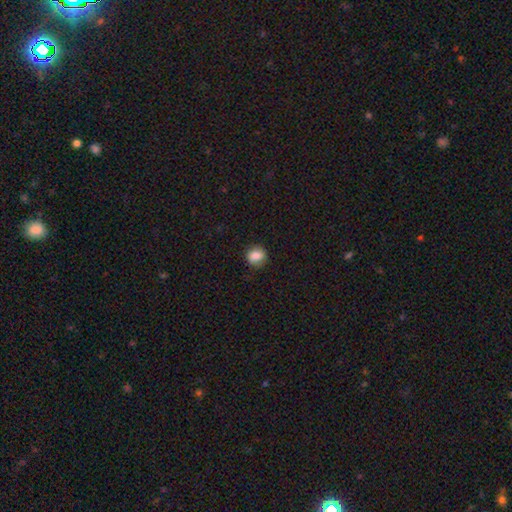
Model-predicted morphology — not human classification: The model was most divided on "how rounded": round: 75%, in between: 24%, cigar-shaped: 1%. More confident: merging — none (85%); smooth or featured — smooth (84%).